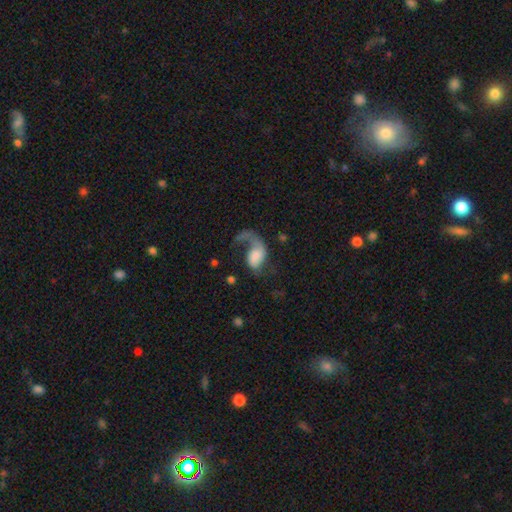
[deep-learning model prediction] Smooth or featured? featured or disk (53%)
Edge-on disk? no (97%)
Bar? no (69%)
Spiral arms? yes (81%)
Bulge size? none (29%)
Merging? major disturbance (53%)